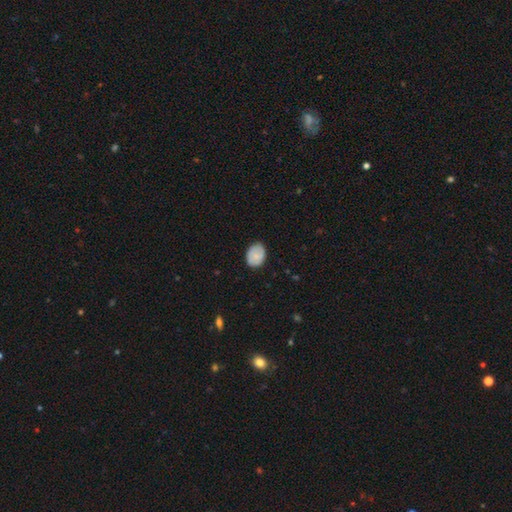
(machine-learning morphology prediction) smooth_or_featured: smooth (p=0.76) [alt: featured or disk p=0.17]
how_rounded: in between (p=0.69) [alt: round p=0.30]
merging: none (p=0.79) [alt: minor disturbance p=0.17]